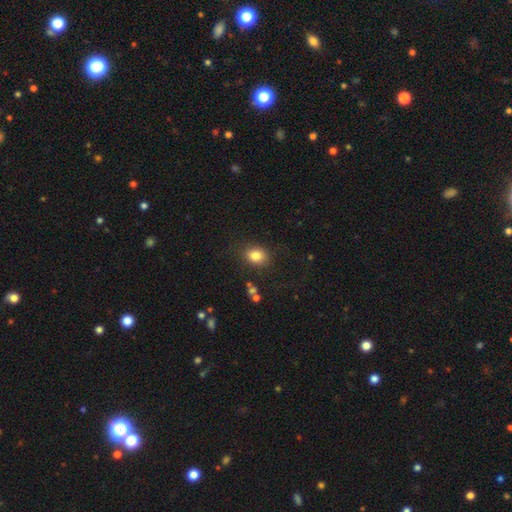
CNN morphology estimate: Smooth or featured: smooth — 82% (star or artifact — 11%)
How rounded: in between — 51% (round — 48%)
Merging: none — 83% (minor disturbance — 12%)